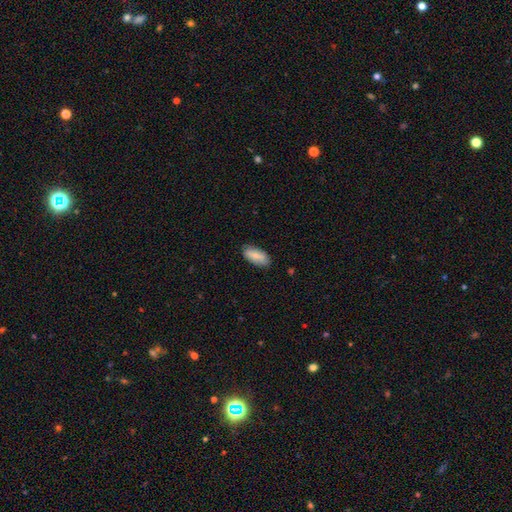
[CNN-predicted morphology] smooth 80%, featured or disk 14%, star or artifact 6%. Down the decision tree: how rounded — in between (87%); merging — none (83%).